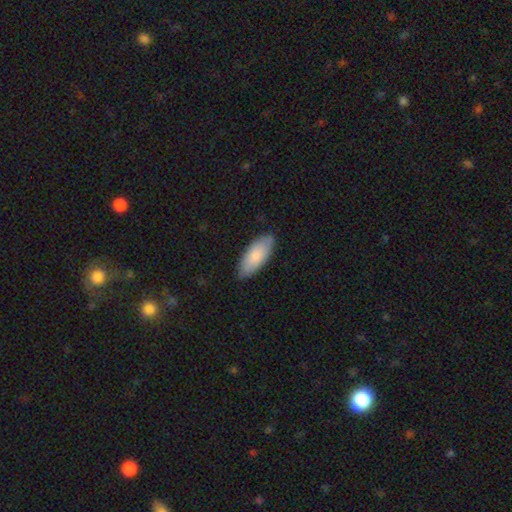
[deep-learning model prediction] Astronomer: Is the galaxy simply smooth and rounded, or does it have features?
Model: smooth — 83%.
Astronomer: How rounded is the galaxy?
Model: in between — 82%.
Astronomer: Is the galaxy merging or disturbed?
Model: none — 83%.